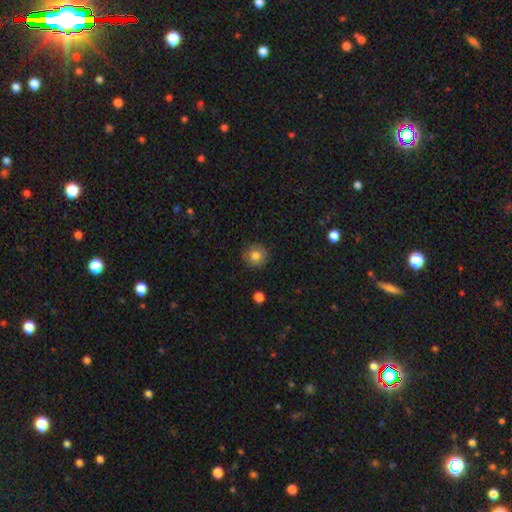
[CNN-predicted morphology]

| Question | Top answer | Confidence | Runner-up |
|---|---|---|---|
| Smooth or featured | smooth | 81% | star or artifact (11%) |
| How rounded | round | 93% | in between (6%) |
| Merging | none | 88% | minor disturbance (8%) |